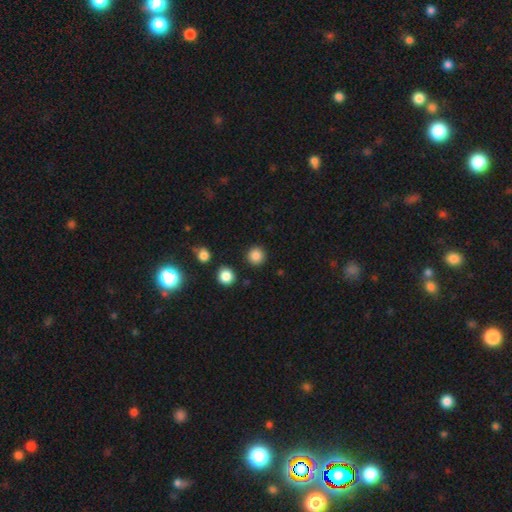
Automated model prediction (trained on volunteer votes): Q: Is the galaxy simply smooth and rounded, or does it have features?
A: smooth — 85%.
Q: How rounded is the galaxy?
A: round — 94%.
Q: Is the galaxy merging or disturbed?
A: none — 91%.